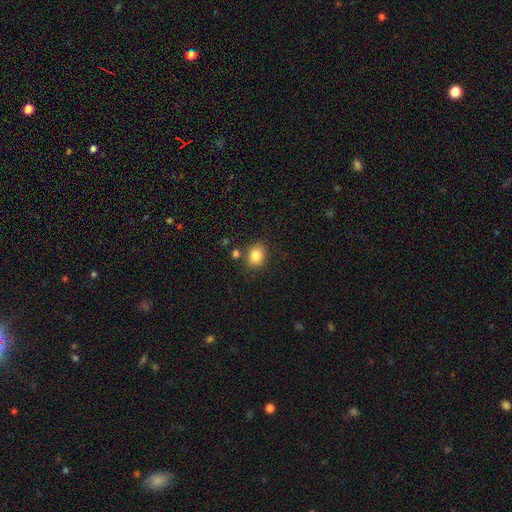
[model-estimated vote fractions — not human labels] The model was most divided on "how rounded": round: 51%, in between: 49%, cigar-shaped: 1%. More confident: smooth or featured — smooth (84%); merging — none (79%).